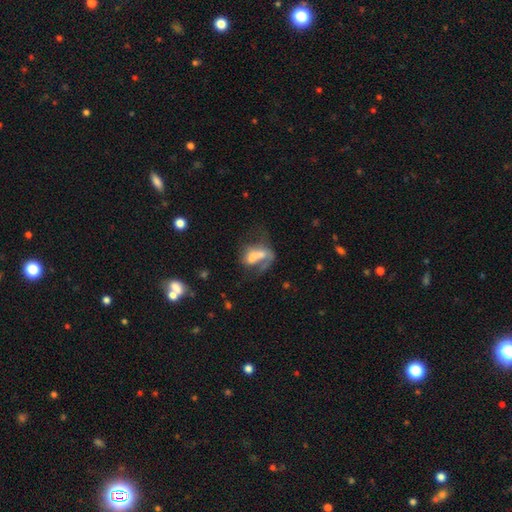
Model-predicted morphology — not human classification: Smooth or featured: smooth — 45% (featured or disk — 44%)
Merging: major disturbance — 46% (none — 24%)